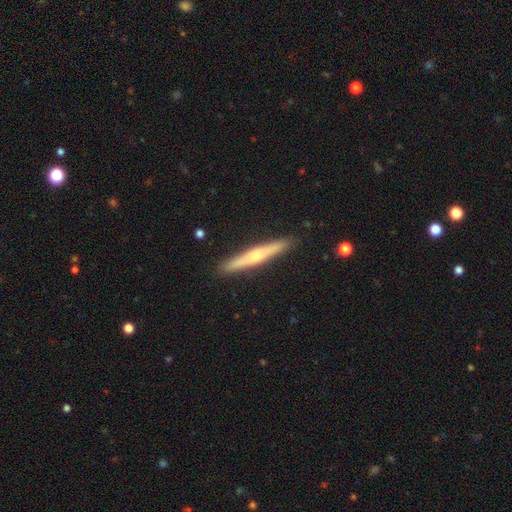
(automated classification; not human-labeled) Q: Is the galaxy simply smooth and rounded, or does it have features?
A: featured or disk — 59%.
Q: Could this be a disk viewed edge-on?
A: yes — 96%.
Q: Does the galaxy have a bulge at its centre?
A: rounded — 78%.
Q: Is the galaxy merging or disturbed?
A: none — 91%.